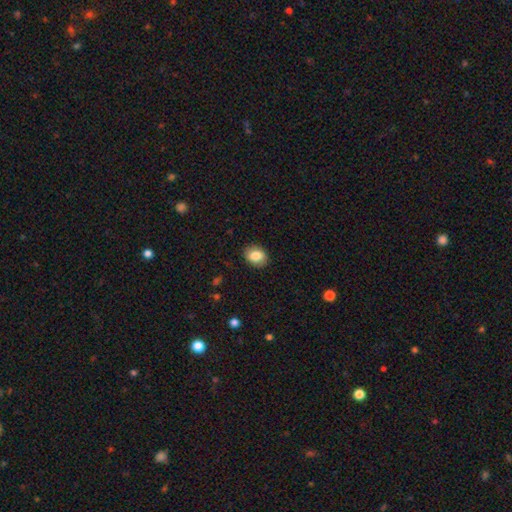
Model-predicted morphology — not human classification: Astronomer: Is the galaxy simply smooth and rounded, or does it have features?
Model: smooth — 82%.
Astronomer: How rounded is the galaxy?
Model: in between — 52% (runner-up: round, 47%).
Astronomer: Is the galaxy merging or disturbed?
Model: none — 88%.